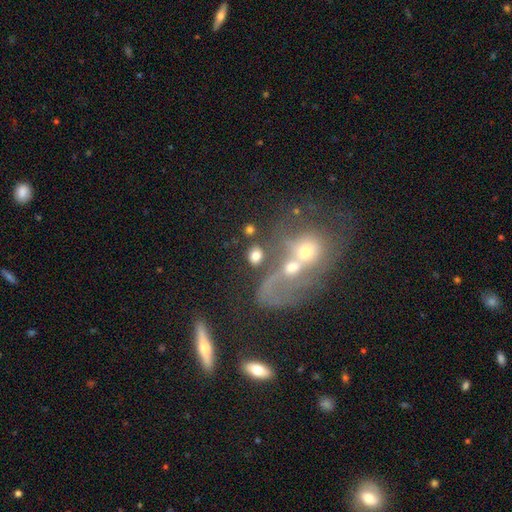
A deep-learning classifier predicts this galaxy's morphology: type=smooth (70%); roundness=in between (52%); merging=none (43%).